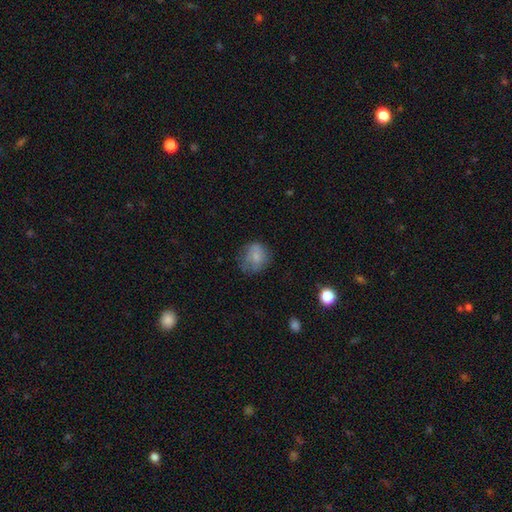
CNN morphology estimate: smooth-or-featured: smooth: 72% | featured or disk: 18% | star or artifact: 10%
  how-rounded: round: 72% | in between: 27% | cigar-shaped: 1%
  merging: none: 56% | minor disturbance: 28% | major disturbance: 14% | merger: 2%